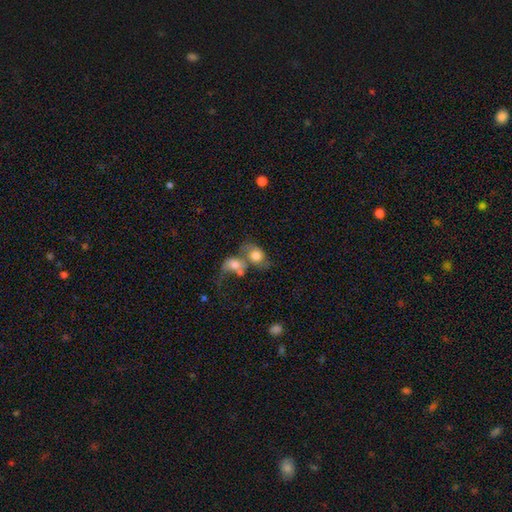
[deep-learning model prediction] Smooth or featured? Predicted: smooth (p=0.62). How rounded? Predicted: in between (p=0.52). Merging? Predicted: merger (p=0.66).